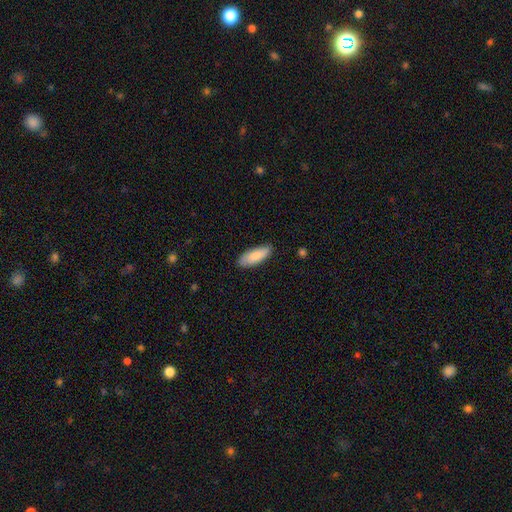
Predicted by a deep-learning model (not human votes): A smooth galaxy with no disk features (84%) that is in between round and cigar-shaped (70%). Merging: none (85%).